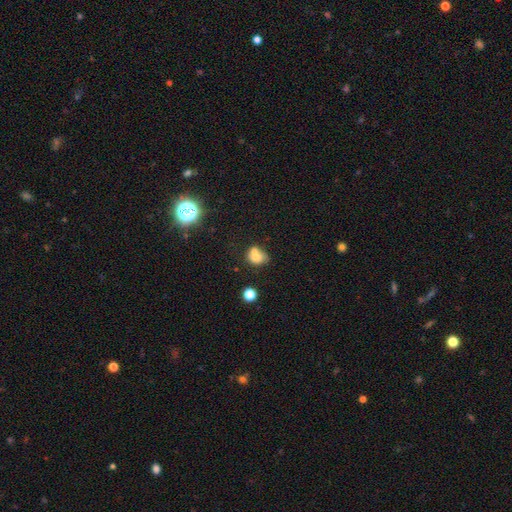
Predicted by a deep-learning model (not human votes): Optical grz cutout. It shows a smooth galaxy with no disk features (70%) that is in between round and cigar-shaped (52%). Merging: merger (41%).